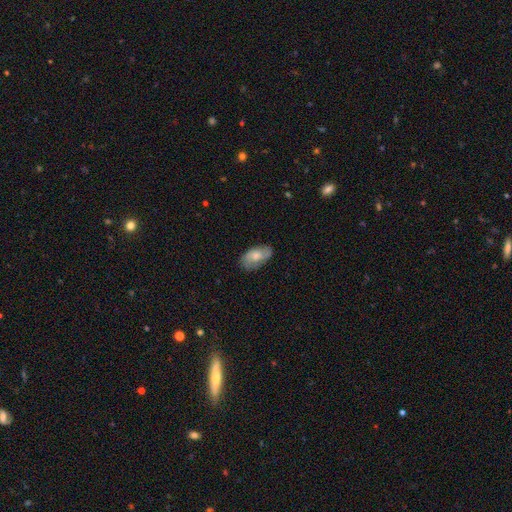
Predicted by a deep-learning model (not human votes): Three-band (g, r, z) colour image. It shows a smooth galaxy with no disk features (66%) that is in between round and cigar-shaped (92%). Merging: none (72%).